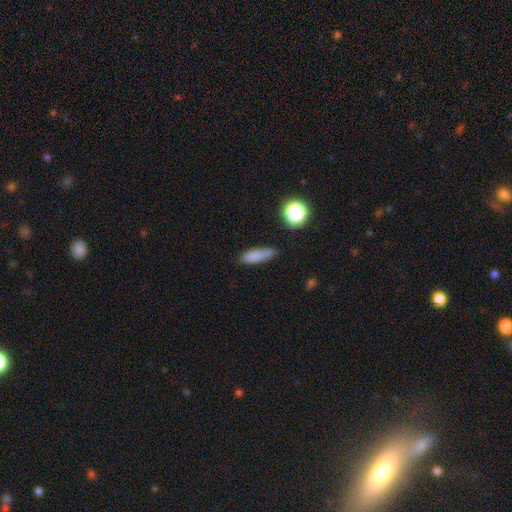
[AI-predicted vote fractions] A smooth galaxy with no disk features (80%) that is cigar-shaped (63%).

Vote fractions:
- Smooth or featured? smooth: 80% / star or artifact: 11% / featured or disk: 9%
- How rounded? cigar-shaped: 63% / in between: 33% / round: 4%
- Merging? none: 73% / minor disturbance: 20% / major disturbance: 4% / merger: 3%